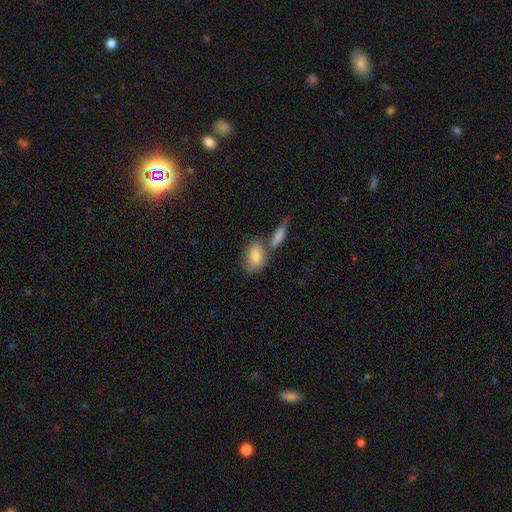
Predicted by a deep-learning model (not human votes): A smooth galaxy with no disk features (79%) that is in between round and cigar-shaped (82%). Merging: none (47%).